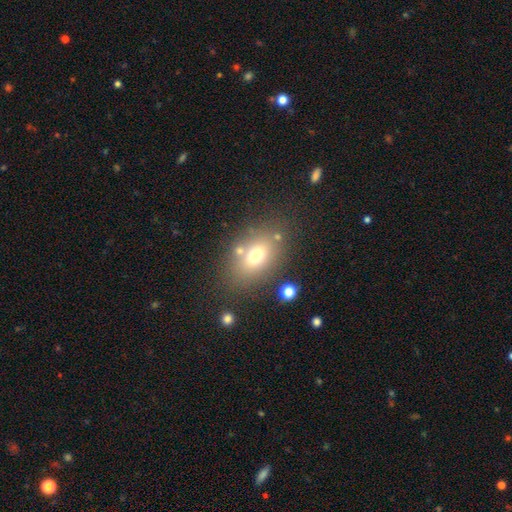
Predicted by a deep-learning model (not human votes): smooth_or_featured: smooth (p=0.69) [alt: featured or disk p=0.17]
how_rounded: in between (p=0.74) [alt: round p=0.24]
merging: none (p=0.72) [alt: minor disturbance p=0.13]